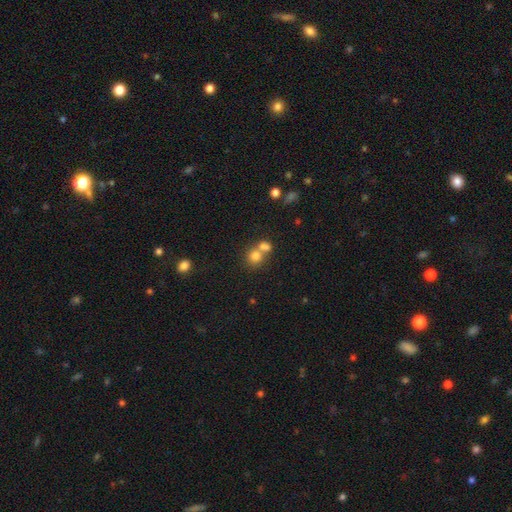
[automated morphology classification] Smooth or featured? Predicted: smooth (p=0.76). How rounded? Predicted: round (p=0.82). Merging? Predicted: merger (p=0.51).